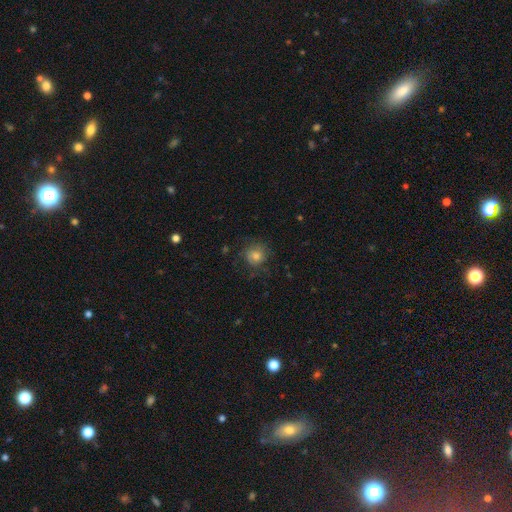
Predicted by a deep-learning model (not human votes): smooth_or_featured: smooth (p=0.72) [alt: featured or disk p=0.15]
how_rounded: round (p=0.89) [alt: in between p=0.11]
merging: none (p=0.73) [alt: minor disturbance p=0.17]